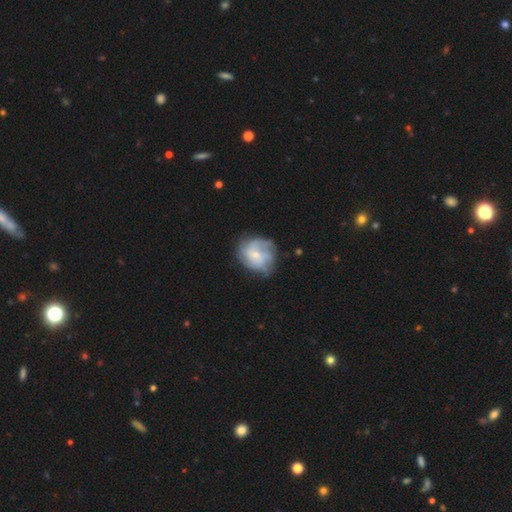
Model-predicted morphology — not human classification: Smooth or featured? Predicted: featured or disk (p=0.59). Edge-on disk? Predicted: no (p=0.98). Bar? Predicted: no (p=0.64). Spiral arms? Predicted: yes (p=0.78). Bulge size? Predicted: small (p=0.62). Merging? Predicted: none (p=0.58).